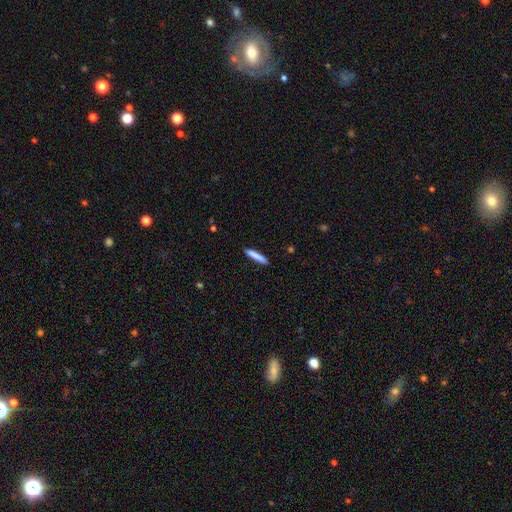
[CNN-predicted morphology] Smooth or featured: smooth — 82% (featured or disk — 12%)
How rounded: cigar-shaped — 94% (in between — 5%)
Merging: none — 90% (minor disturbance — 7%)